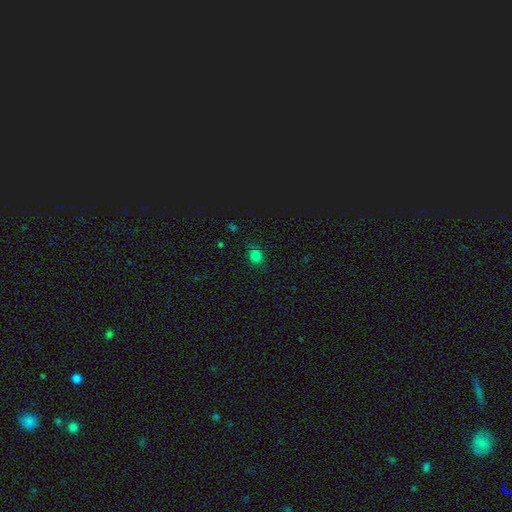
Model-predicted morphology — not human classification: A smooth galaxy with no disk features (77%) that is round (66%).

Vote fractions:
- Smooth or featured? smooth: 77% / star or artifact: 19% / featured or disk: 5%
- How rounded? round: 66% / in between: 33% / cigar-shaped: 1%
- Merging? none: 84% / minor disturbance: 11% / major disturbance: 3% / merger: 1%